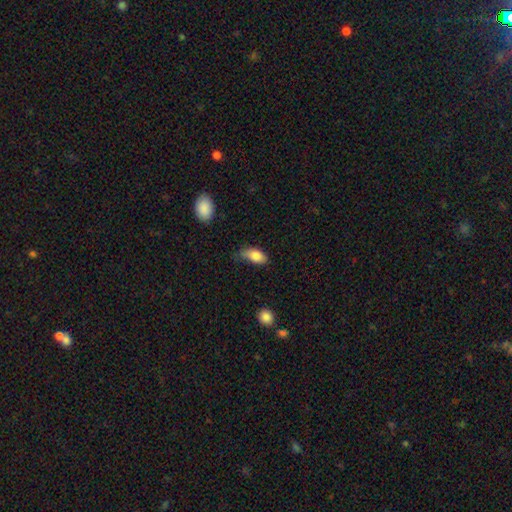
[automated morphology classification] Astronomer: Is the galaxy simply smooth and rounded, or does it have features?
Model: smooth — 84%.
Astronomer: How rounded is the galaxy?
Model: in between — 90%.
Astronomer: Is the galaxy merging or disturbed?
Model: none — 46% (runner-up: minor disturbance, 40%).